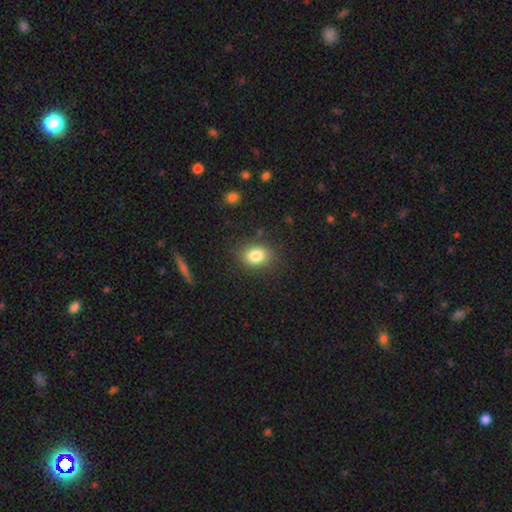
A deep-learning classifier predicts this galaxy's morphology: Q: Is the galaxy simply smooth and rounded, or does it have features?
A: smooth — 82%.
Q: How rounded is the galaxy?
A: in between — 59%.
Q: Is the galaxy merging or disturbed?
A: none — 82%.